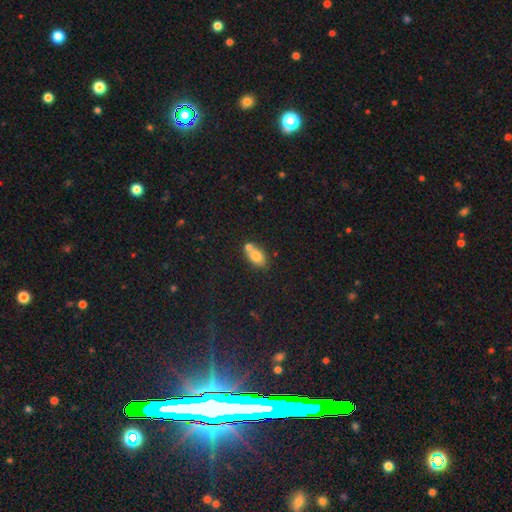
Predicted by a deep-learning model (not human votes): Smooth or featured? Predicted: smooth (p=0.74). How rounded? Predicted: in between (p=0.81). Merging? Predicted: none (p=0.48).